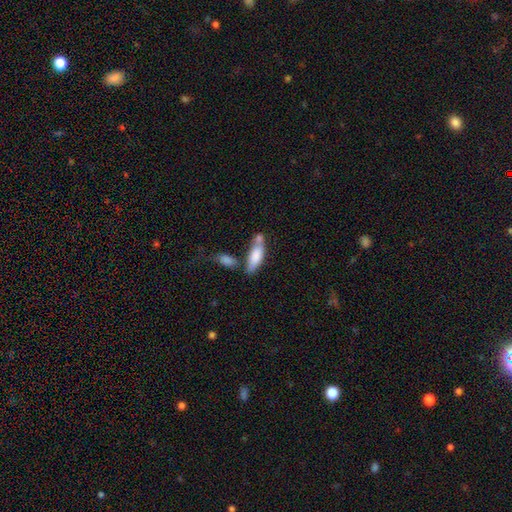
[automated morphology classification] A smooth galaxy with no disk features (77%) that is in between round and cigar-shaped (65%). Merging: none (42%).